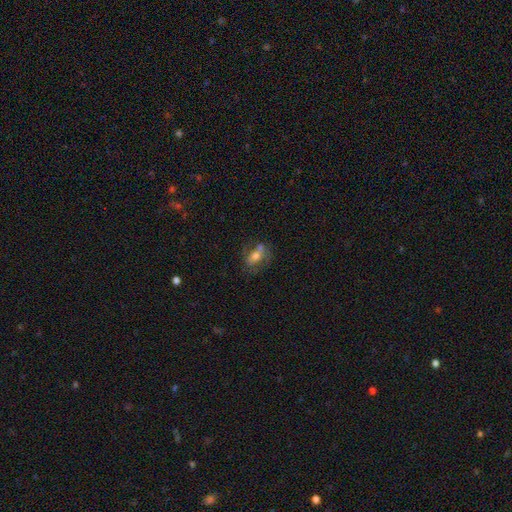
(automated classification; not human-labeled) smooth_or_featured: smooth (p=0.53) [alt: featured or disk p=0.37]
how_rounded: in between (p=0.78) [alt: round p=0.17]
merging: none (p=0.47) [alt: merger p=0.21]